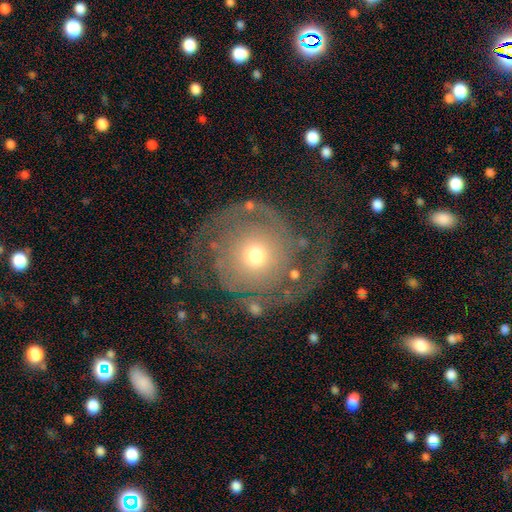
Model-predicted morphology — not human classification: The model was most divided on "spiral winding" (2-way tie): medium: 40%, tight: 40%, loose: 20%. More confident: edge-on disk — no (98%); spiral arms — yes (92%); smooth or featured — featured or disk (81%); spiral arm count — 2 (81%); bar — no (79%); merging — none (66%); bulge size — moderate (53%).